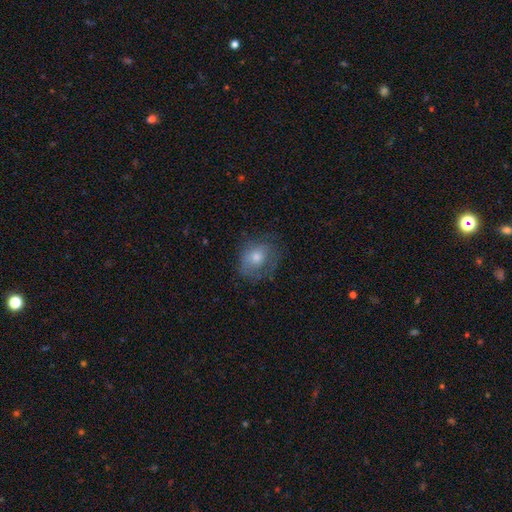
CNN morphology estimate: A smooth galaxy with no disk features (55%) that is round (63%). Merging: none (65%).